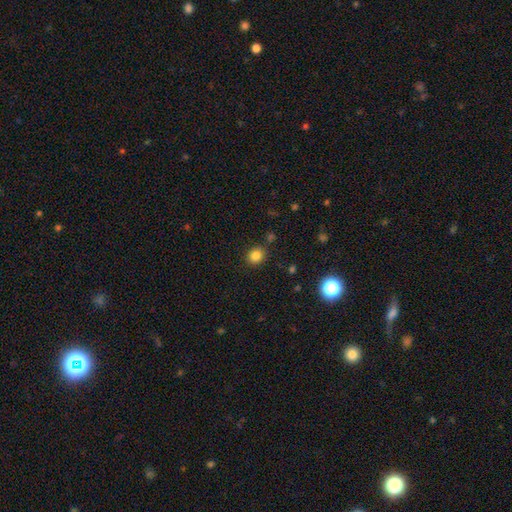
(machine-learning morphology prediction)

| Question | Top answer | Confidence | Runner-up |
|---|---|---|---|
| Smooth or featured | smooth | 83% | star or artifact (12%) |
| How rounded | round | 76% | in between (23%) |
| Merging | none | 84% | minor disturbance (9%) |